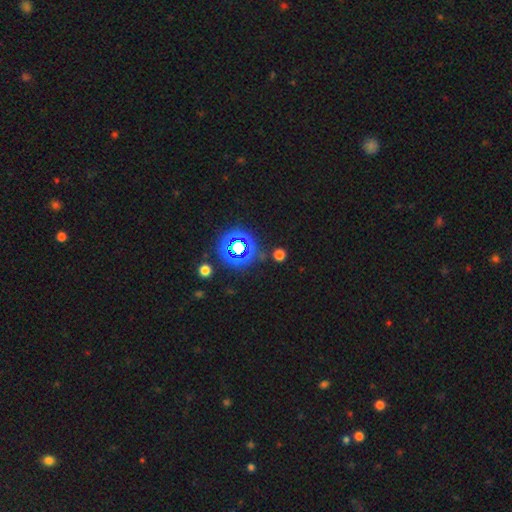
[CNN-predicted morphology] This appears to be a star or artifact, not a galaxy (55%).